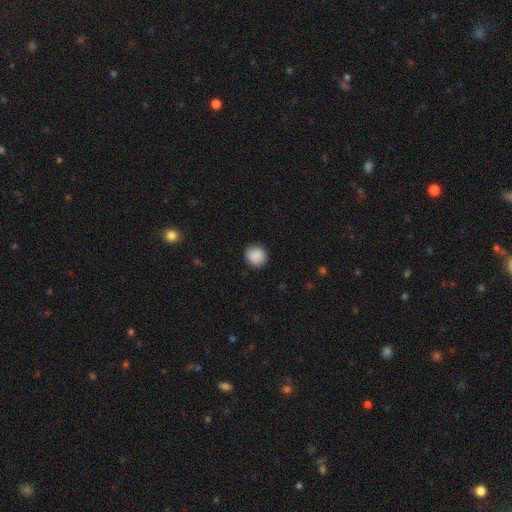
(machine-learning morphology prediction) The model was most divided on "how rounded": round: 86%, in between: 13%, cigar-shaped: 1%. More confident: smooth or featured — smooth (89%); merging — none (89%).